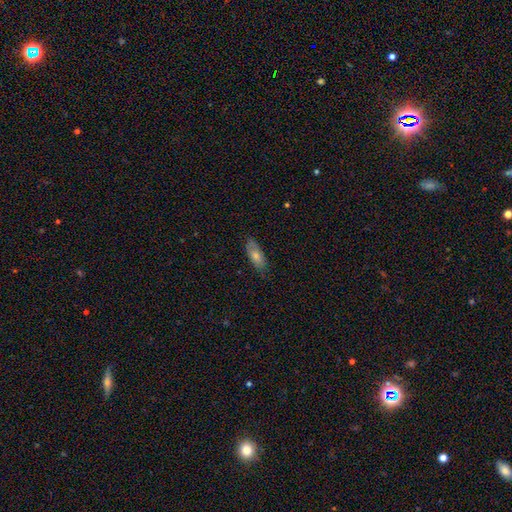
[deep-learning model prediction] This is possibly a smooth galaxy (57%). How rounded: likely in between (68%). Merging: clearly none (80%).